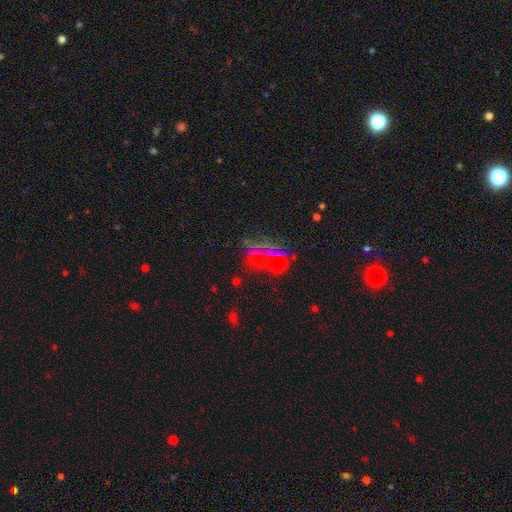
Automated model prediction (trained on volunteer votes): A star or artifact, not a galaxy (53%).

Vote fractions:
- Smooth or featured? star or artifact: 53% / smooth: 37% / featured or disk: 11%